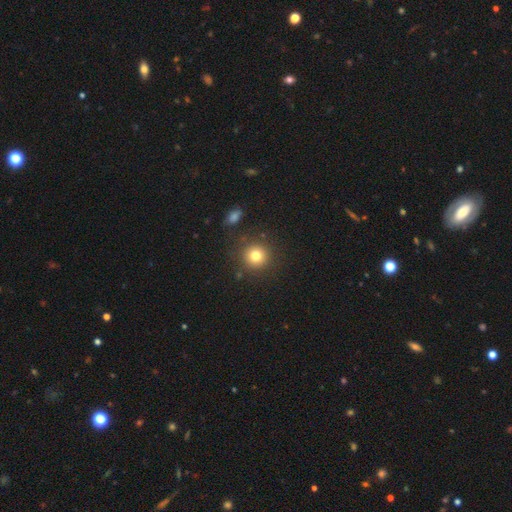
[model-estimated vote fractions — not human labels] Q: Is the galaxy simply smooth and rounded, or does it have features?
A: smooth — 79%.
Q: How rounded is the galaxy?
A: round — 94%.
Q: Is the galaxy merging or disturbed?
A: none — 87%.